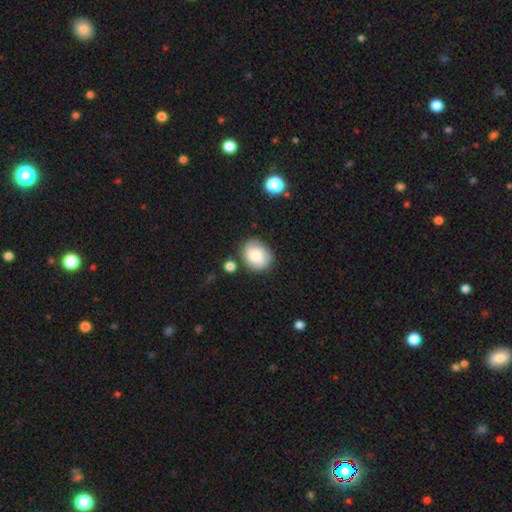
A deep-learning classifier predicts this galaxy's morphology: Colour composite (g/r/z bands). It shows a smooth galaxy with no disk features (59%) that is round (61%). Merging: none (69%).